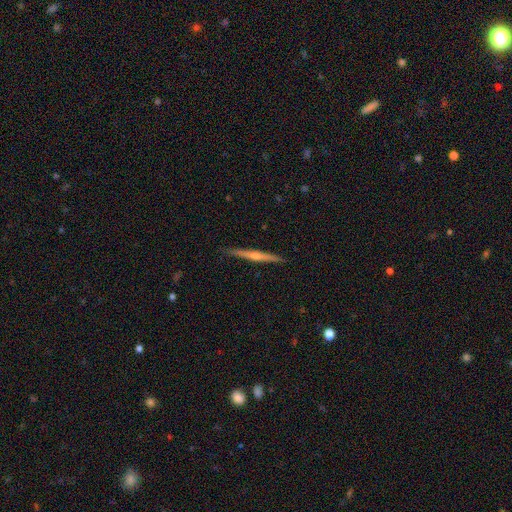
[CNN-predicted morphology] smooth_or_featured: featured or disk (p=0.63) [alt: smooth p=0.32]
disk_edge_on: yes (p=0.98) [alt: no p=0.02]
edge_on_bulge: rounded (p=0.61) [alt: none p=0.30]
merging: none (p=0.90) [alt: minor disturbance p=0.07]